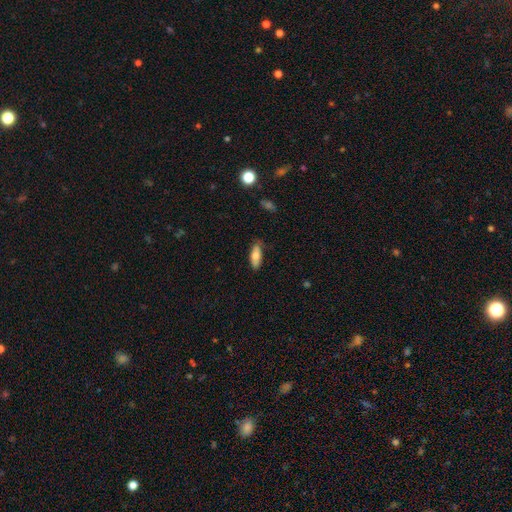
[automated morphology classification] A smooth galaxy with no disk features (73%) that is in between round and cigar-shaped (67%).

Vote fractions:
- Smooth or featured? smooth: 73% / featured or disk: 20% / star or artifact: 7%
- How rounded? in between: 67% / cigar-shaped: 30% / round: 2%
- Merging? none: 79% / minor disturbance: 17% / major disturbance: 3% / merger: 1%